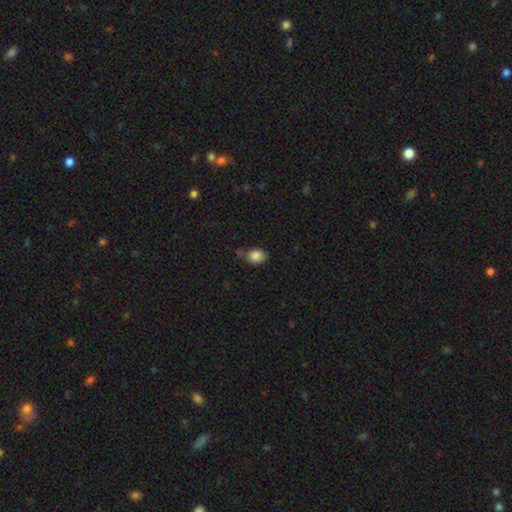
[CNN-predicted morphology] This appears to be a smooth galaxy with no disk features (85%) that is in between round and cigar-shaped (59%). Merging: none (56%).